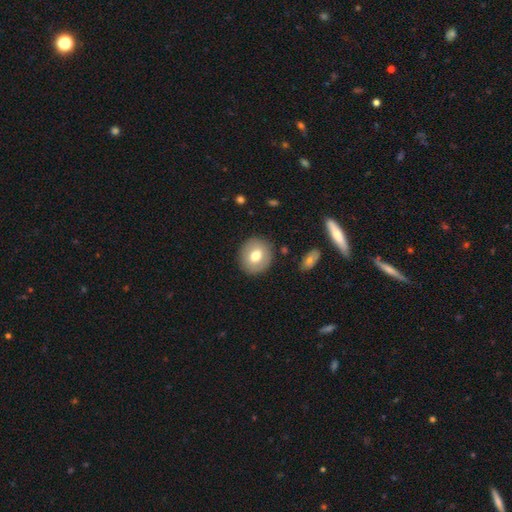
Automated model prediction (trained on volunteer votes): Smooth or featured? Predicted: smooth (p=0.71). How rounded? Predicted: round (p=0.79). Merging? Predicted: none (p=0.88).